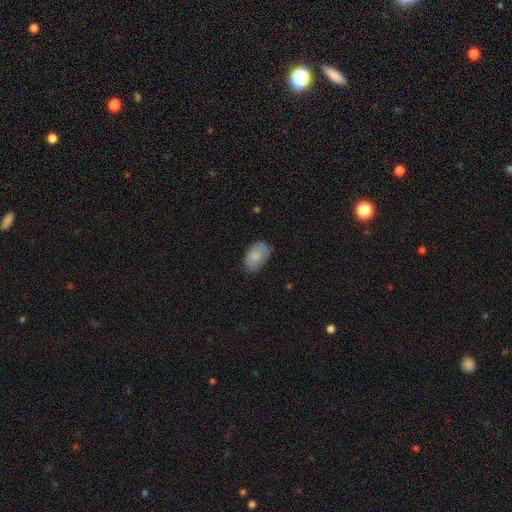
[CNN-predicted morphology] type=smooth (82%); roundness=in between (90%); merging=none (75%).